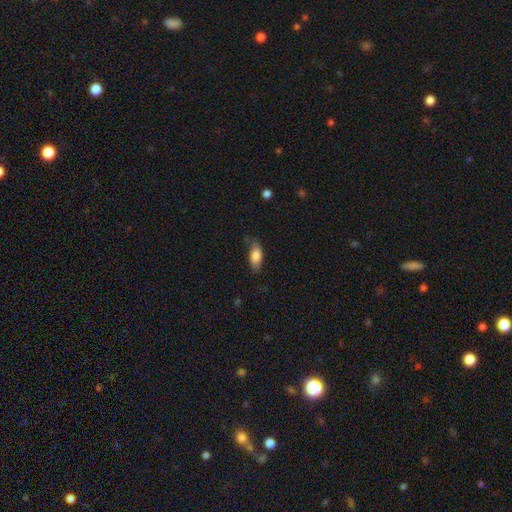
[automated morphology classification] This is clearly a smooth galaxy (82%). How rounded: clearly in between (85%). Merging: likely none (63%).